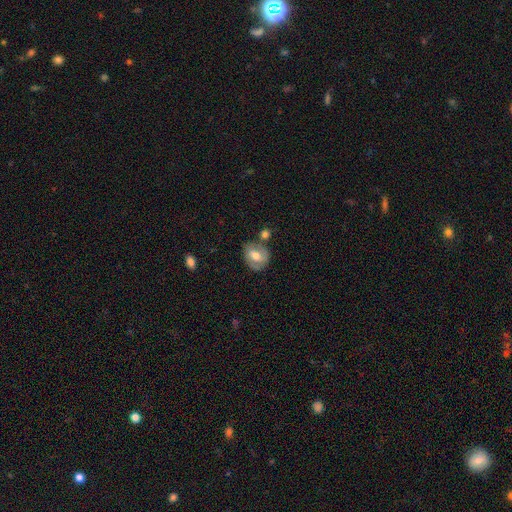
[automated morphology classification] Overall: smooth (50%; featured or disk 42%). Merging: none (62%).